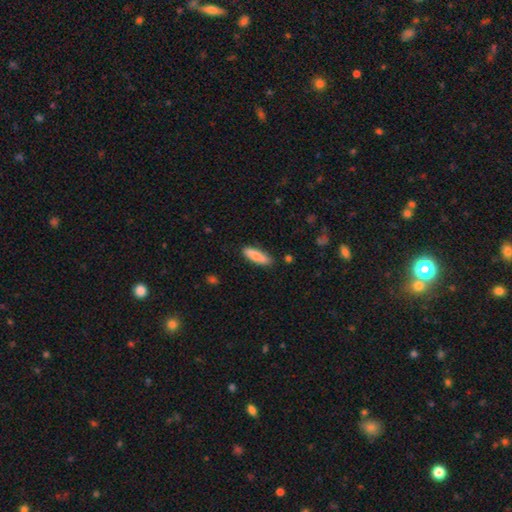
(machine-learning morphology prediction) This is clearly a smooth galaxy (86%). How rounded: likely cigar-shaped (61%). Merging: clearly none (84%).